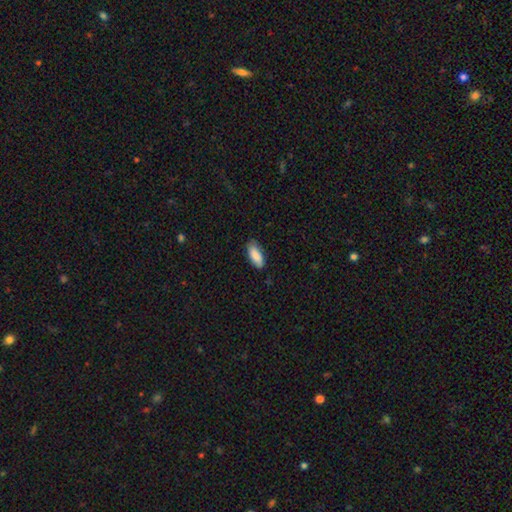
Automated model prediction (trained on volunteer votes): A smooth galaxy with no disk features (87%) that is in between round and cigar-shaped (81%).

Vote fractions:
- Smooth or featured? smooth: 87% / featured or disk: 7% / star or artifact: 6%
- How rounded? in between: 81% / cigar-shaped: 17% / round: 2%
- Merging? none: 79% / minor disturbance: 17% / major disturbance: 3% / merger: 1%